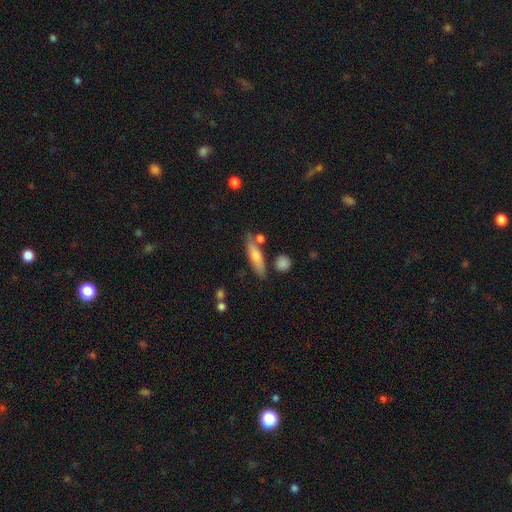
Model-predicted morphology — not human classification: A smooth galaxy with no disk features (59%) that is cigar-shaped (68%).

Vote fractions:
- Smooth or featured? smooth: 59% / featured or disk: 34% / star or artifact: 7%
- How rounded? cigar-shaped: 68% / in between: 29% / round: 3%
- Merging? none: 73% / minor disturbance: 15% / merger: 9% / major disturbance: 4%